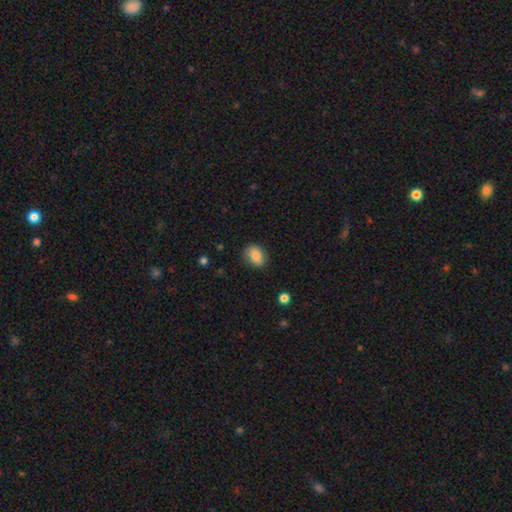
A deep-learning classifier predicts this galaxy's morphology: Smooth or featured? smooth (83%)
How rounded? in between (68%)
Merging? none (78%)